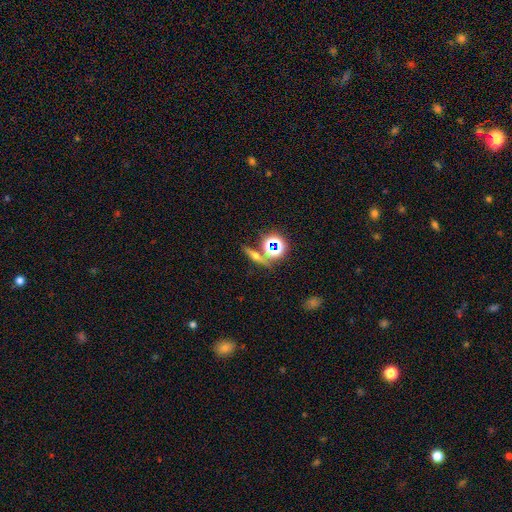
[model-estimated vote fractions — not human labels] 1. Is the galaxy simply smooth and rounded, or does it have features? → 39% featured or disk, 31% star or artifact, 30% smooth.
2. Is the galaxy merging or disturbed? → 77% none, 11% merger, 8% minor disturbance, 4% major disturbance.